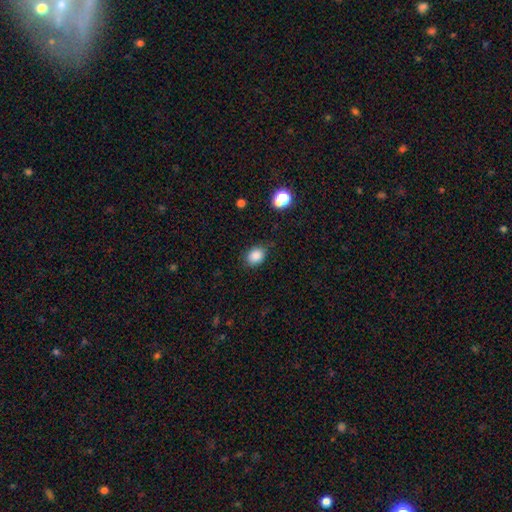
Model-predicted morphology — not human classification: This appears to be a smooth galaxy with no disk features (86%) that is in between round and cigar-shaped (62%). Merging: none (78%).